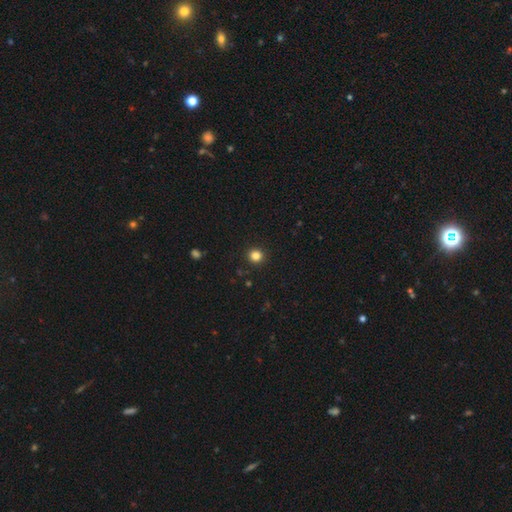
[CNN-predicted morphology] Smooth or featured: smooth — 83% (star or artifact — 13%)
How rounded: round — 94% (in between — 5%)
Merging: none — 93% (minor disturbance — 5%)